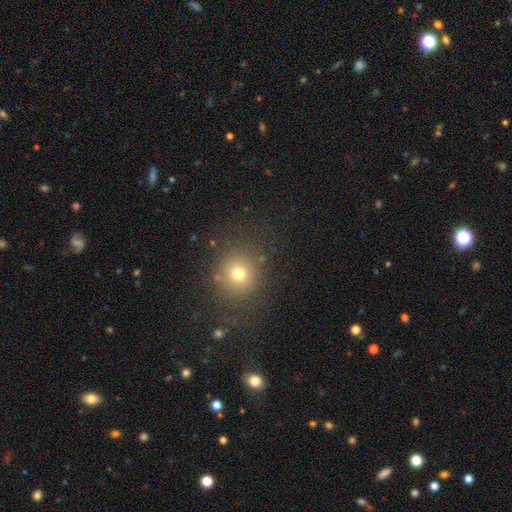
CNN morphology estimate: This appears to be a smooth galaxy with no disk features (61%) that is round (86%). Merging: none (87%).